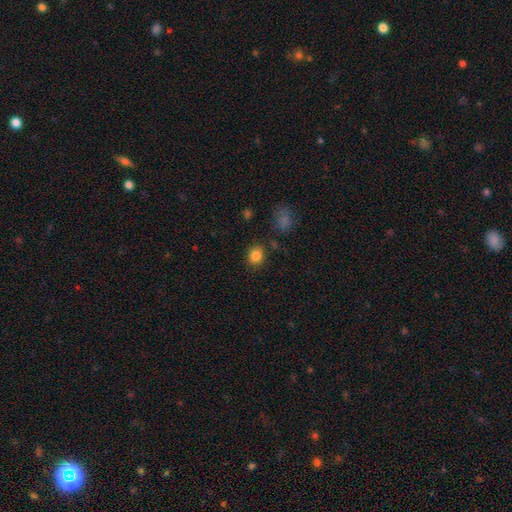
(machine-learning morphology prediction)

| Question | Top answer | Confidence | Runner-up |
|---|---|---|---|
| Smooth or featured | smooth | 84% | star or artifact (11%) |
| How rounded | round | 71% | in between (28%) |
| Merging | none | 83% | minor disturbance (10%) |